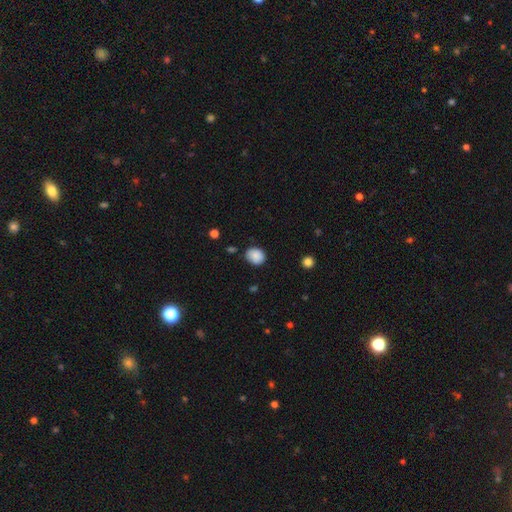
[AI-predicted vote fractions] smooth_or_featured: smooth (p=0.87) [alt: star or artifact p=0.08]
how_rounded: round (p=0.60) [alt: in between p=0.39]
merging: none (p=0.75) [alt: minor disturbance p=0.19]